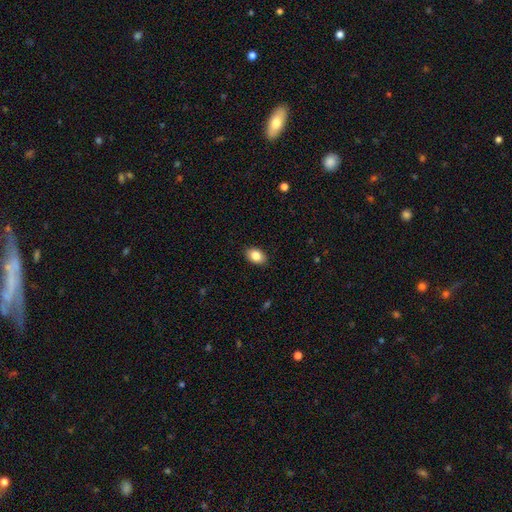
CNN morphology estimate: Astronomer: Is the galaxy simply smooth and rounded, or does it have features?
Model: smooth — 85%.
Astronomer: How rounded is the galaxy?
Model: in between — 85%.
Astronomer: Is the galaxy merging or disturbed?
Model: none — 88%.